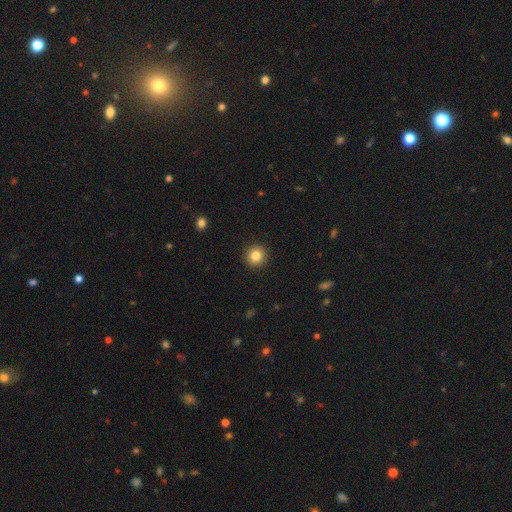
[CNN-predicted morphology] Smooth or featured: smooth — 84% (star or artifact — 10%)
How rounded: round — 94% (in between — 5%)
Merging: none — 93% (minor disturbance — 5%)